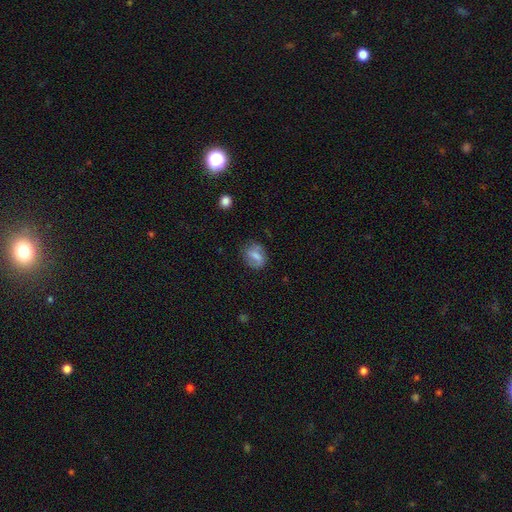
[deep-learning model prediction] smooth-or-featured: smooth: 54% | featured or disk: 37% | star or artifact: 9%
  how-rounded: in between: 53% | round: 45% | cigar-shaped: 2%
  merging: none: 71% | minor disturbance: 20% | major disturbance: 7% | merger: 2%